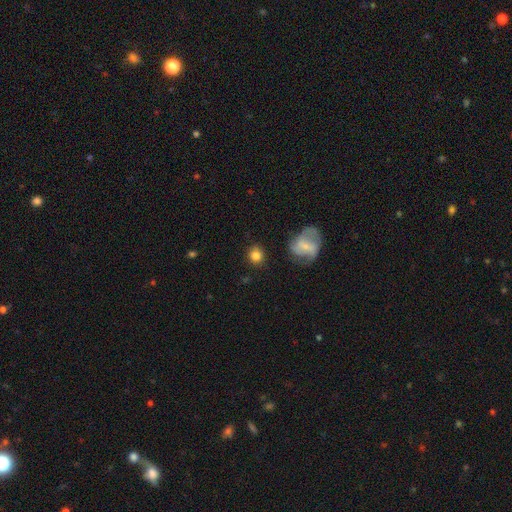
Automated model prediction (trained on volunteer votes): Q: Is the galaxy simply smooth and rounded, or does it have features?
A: smooth — 80%.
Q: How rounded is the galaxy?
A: round — 83%.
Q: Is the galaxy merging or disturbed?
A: none — 83%.